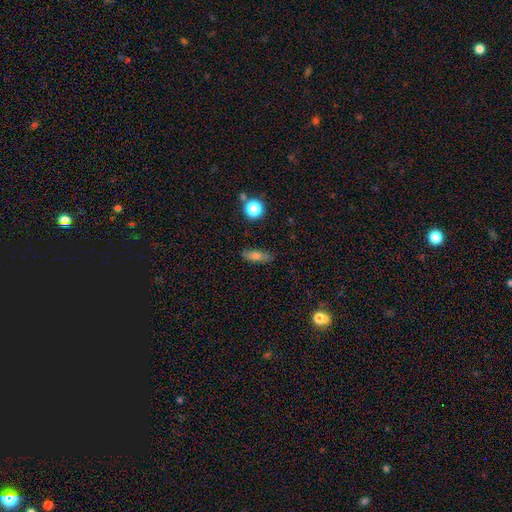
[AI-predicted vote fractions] This appears to be a smooth galaxy with no disk features (70%) that is in between round and cigar-shaped (63%). Merging: none (81%).